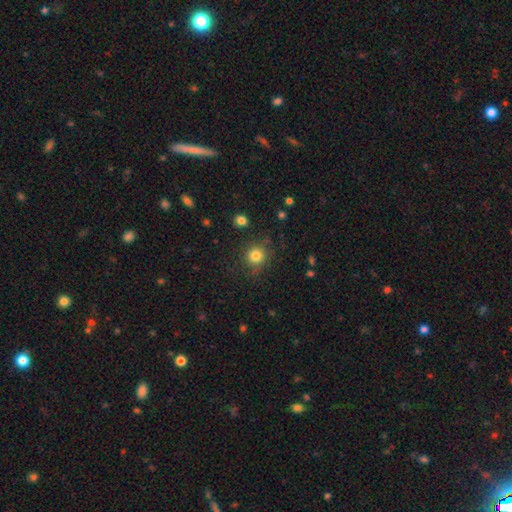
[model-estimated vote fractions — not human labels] Smooth or featured? smooth (81%)
How rounded? round (90%)
Merging? none (81%)